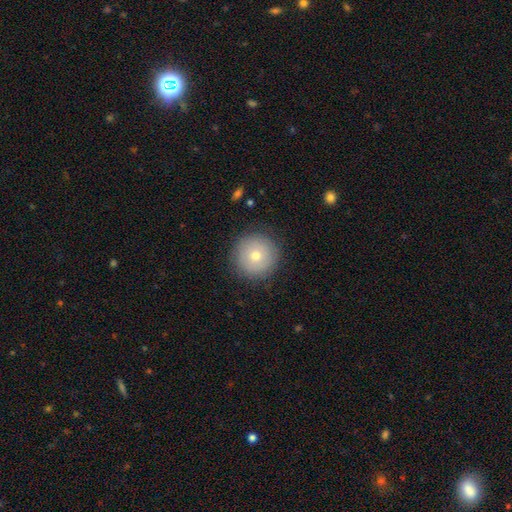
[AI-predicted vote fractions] A smooth galaxy with no disk features (69%) that is round (96%).

Vote fractions:
- Smooth or featured? smooth: 69% / featured or disk: 21% / star or artifact: 10%
- How rounded? round: 96% / in between: 3% / cigar-shaped: 1%
- Merging? none: 88% / minor disturbance: 8% / major disturbance: 3% / merger: 1%